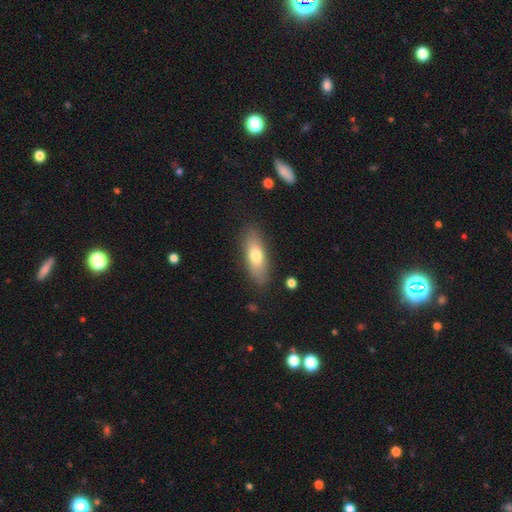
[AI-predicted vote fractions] Smooth or featured? smooth (71%)
How rounded? in between (67%)
Merging? none (85%)